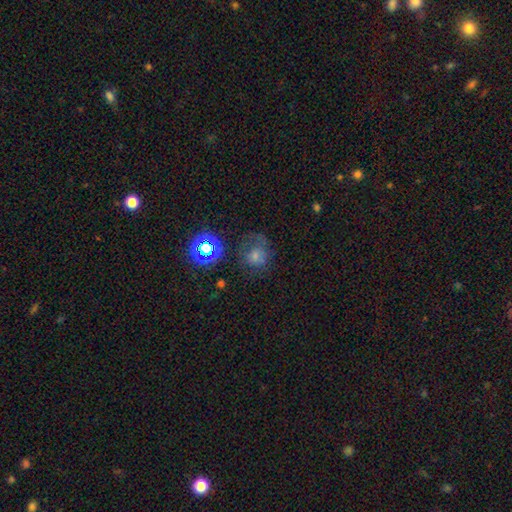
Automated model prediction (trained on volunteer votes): Smooth or featured?
  - smooth: 42% *
  - star or artifact: 31%
  - featured or disk: 27%
Merging?
  - none: 51% *
  - major disturbance: 23%
  - minor disturbance: 22%
  - merger: 4%